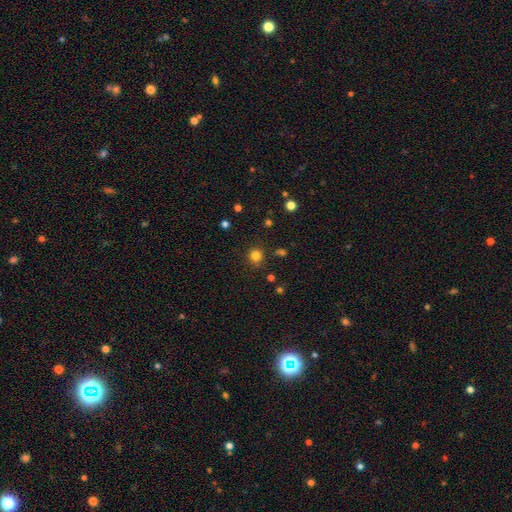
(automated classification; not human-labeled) Smooth or featured: smooth — 80% (star or artifact — 15%)
How rounded: round — 91% (in between — 8%)
Merging: none — 86% (minor disturbance — 9%)